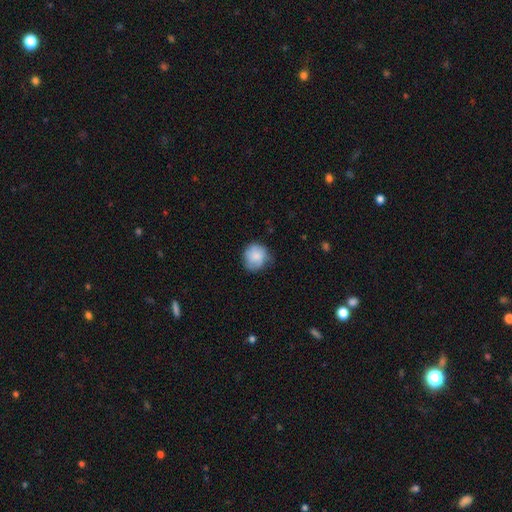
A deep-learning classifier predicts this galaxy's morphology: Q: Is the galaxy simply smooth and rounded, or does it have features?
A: smooth — 78%.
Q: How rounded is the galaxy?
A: round — 85%.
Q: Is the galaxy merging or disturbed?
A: none — 63%.